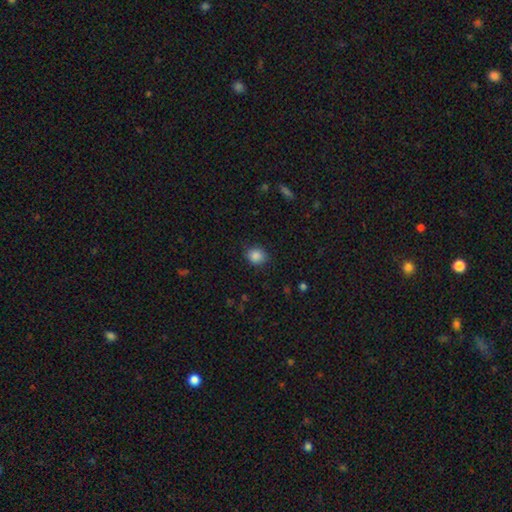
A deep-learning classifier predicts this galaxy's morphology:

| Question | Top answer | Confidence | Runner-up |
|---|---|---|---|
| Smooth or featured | smooth | 86% | star or artifact (10%) |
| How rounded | round | 72% | in between (27%) |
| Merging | none | 86% | minor disturbance (10%) |